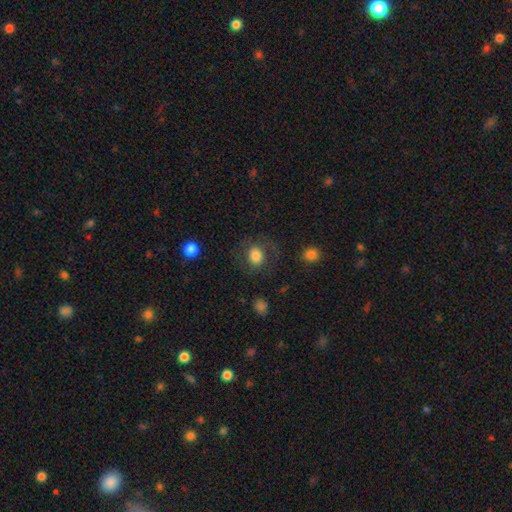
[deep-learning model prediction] Q: Smooth or featured?
A: smooth (72%); runner-up: featured or disk (19%)
Q: How rounded?
A: round (65%); runner-up: in between (34%)
Q: Merging?
A: none (71%); runner-up: minor disturbance (14%)